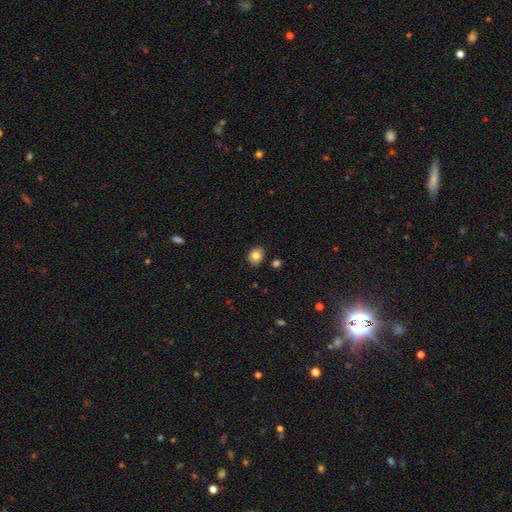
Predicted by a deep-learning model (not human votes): This appears to be a smooth galaxy with no disk features (82%) that is round (50%). Merging: none (85%).